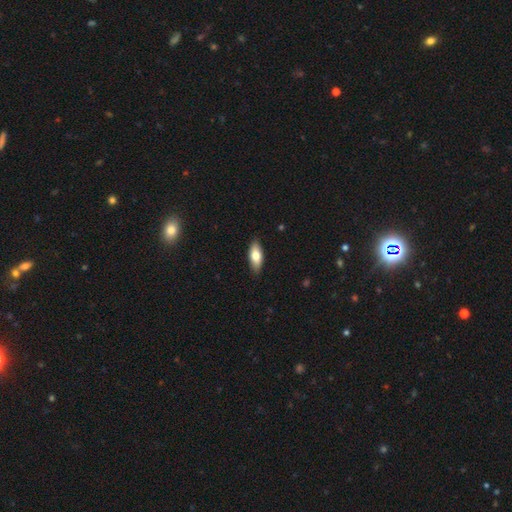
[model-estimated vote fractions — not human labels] Smooth or featured? Predicted: smooth (p=0.74). How rounded? Predicted: in between (p=0.83). Merging? Predicted: none (p=0.87).